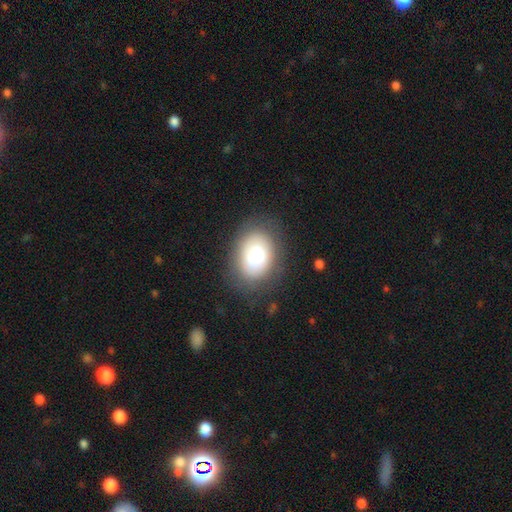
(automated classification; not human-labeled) This is likely a smooth galaxy (80%). How rounded: likely in between (72%). Merging: likely none (77%).